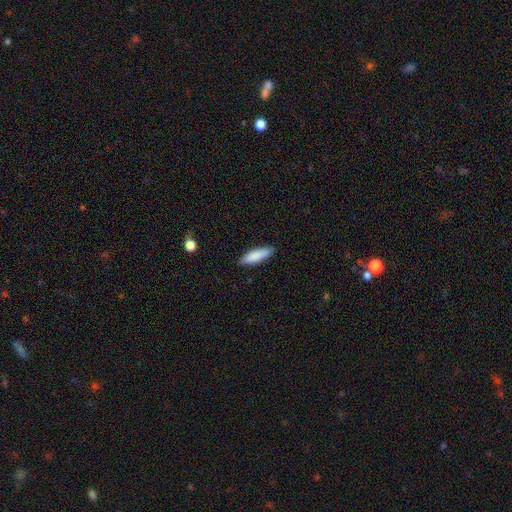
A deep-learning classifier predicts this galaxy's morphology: smooth-or-featured: smooth: 86% | featured or disk: 8% | star or artifact: 6%
  how-rounded: cigar-shaped: 54% | in between: 45% | round: 2%
  merging: none: 86% | minor disturbance: 11% | major disturbance: 2% | merger: 1%